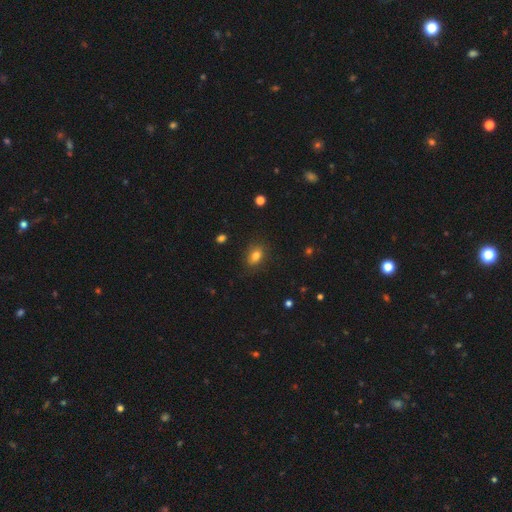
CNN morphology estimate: Smooth or featured? Predicted: smooth (p=0.81). How rounded? Predicted: in between (p=0.75). Merging? Predicted: none (p=0.83).